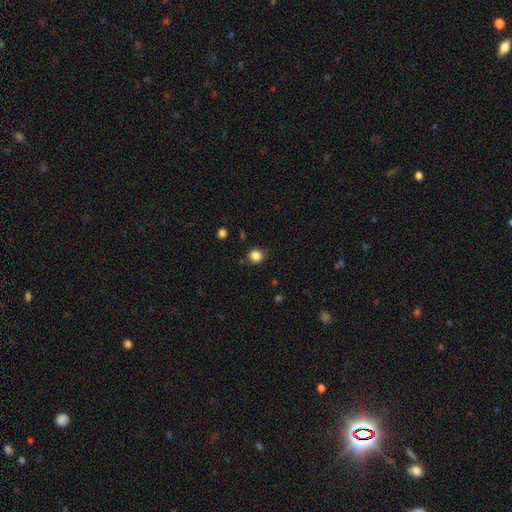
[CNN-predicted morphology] The model was most divided on "merging": none: 83%, minor disturbance: 12%, major disturbance: 3%, merger: 2%. More confident: how rounded — round (87%); smooth or featured — smooth (85%).